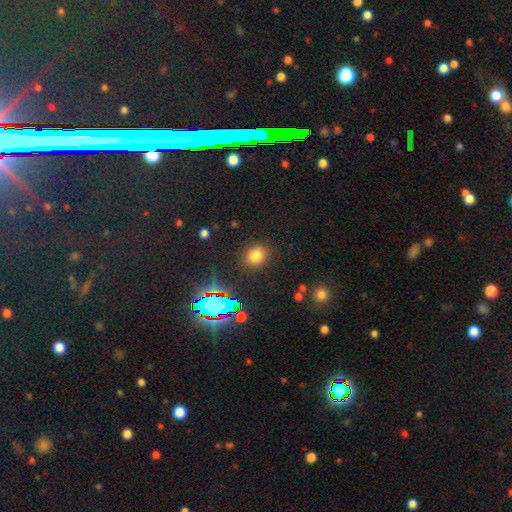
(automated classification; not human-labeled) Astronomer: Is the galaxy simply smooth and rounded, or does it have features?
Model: smooth — 74%.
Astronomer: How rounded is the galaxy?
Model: round — 77%.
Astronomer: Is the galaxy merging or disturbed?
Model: none — 87%.